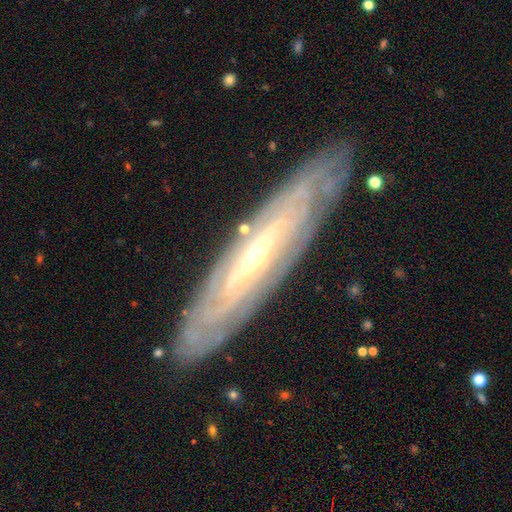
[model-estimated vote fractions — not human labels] smooth-or-featured: featured or disk: 85% | smooth: 10% | star or artifact: 6%
  disk-edge-on: no: 64% | yes: 36%
    bar: no: 45% | weak: 33% | strong: 23%
    has-spiral-arms: yes: 88% | no: 12%
    bulge-size: small: 66% | moderate: 30% | large: 2% | none: 1% | dominant: 1%
  merging: none: 85% | minor disturbance: 11% | major disturbance: 3% | merger: 1%